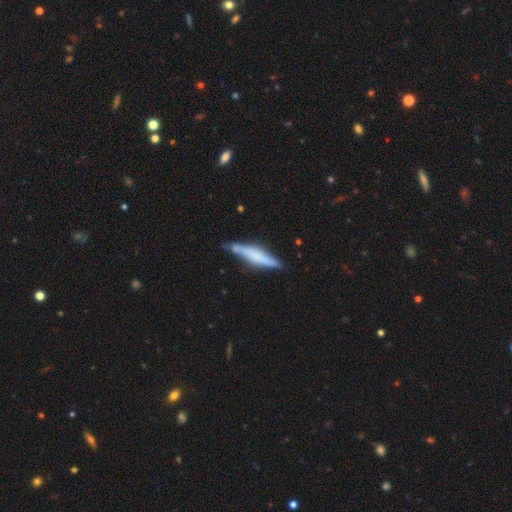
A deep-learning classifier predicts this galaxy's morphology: type=smooth (47%); merging=none (69%).